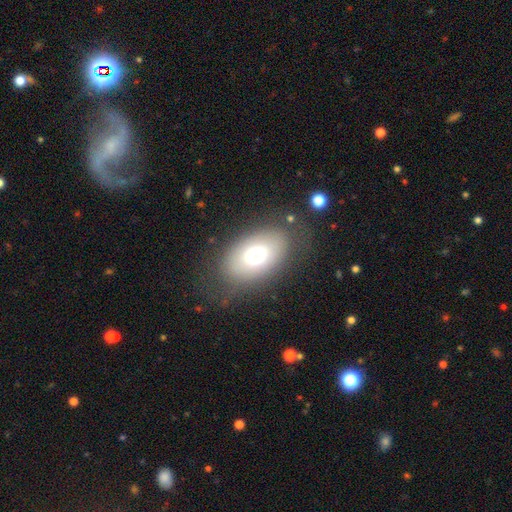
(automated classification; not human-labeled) Morphology: type=smooth (67%); roundness=in between (83%); merging=none (73%).